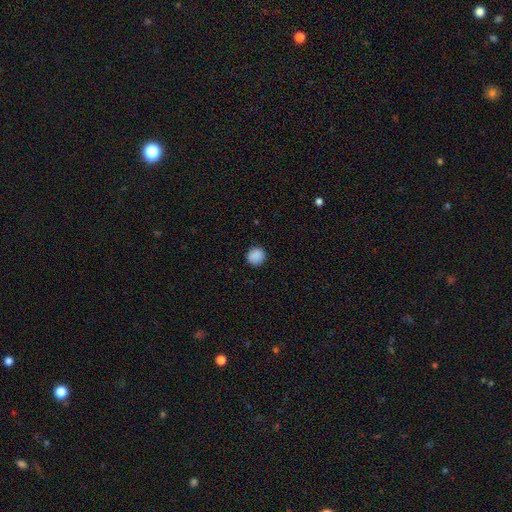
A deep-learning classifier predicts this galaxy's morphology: type=smooth (89%); roundness=round (90%); merging=none (89%).